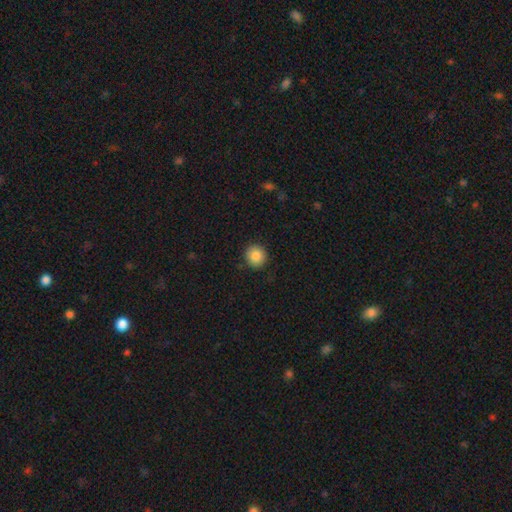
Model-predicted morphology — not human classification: Q: Smooth or featured?
A: smooth (86%); runner-up: star or artifact (9%)
Q: How rounded?
A: round (90%); runner-up: in between (9%)
Q: Merging?
A: none (90%); runner-up: minor disturbance (7%)